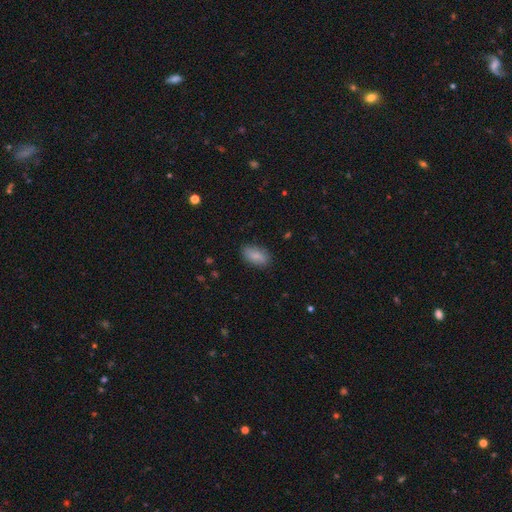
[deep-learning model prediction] A smooth galaxy with no disk features (84%) that is in between round and cigar-shaped (90%).

Vote fractions:
- Smooth or featured? smooth: 84% / featured or disk: 9% / star or artifact: 7%
- How rounded? in between: 90% / cigar-shaped: 6% / round: 4%
- Merging? none: 86% / minor disturbance: 11% / major disturbance: 3% / merger: 1%